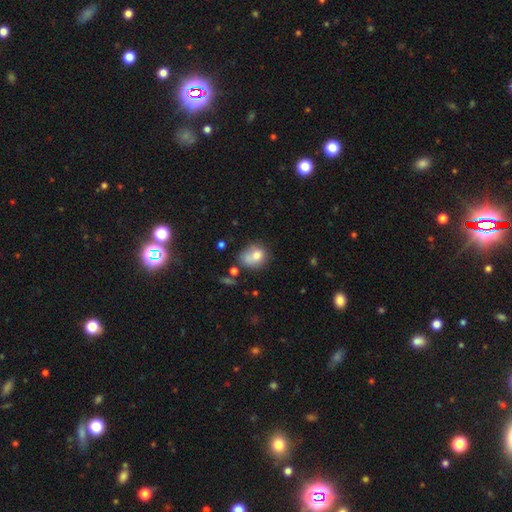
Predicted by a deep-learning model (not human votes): The model was most divided on "how rounded": in between: 52%, round: 47%, cigar-shaped: 1%. Remaining: smooth or featured — smooth (74%); merging — none (41%).